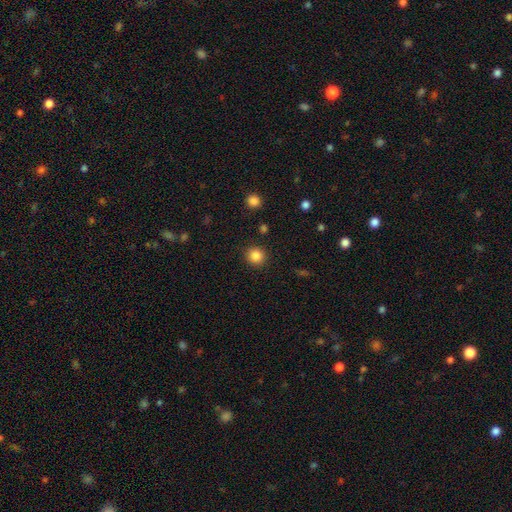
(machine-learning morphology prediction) This appears to be a smooth galaxy with no disk features (85%) that is round (93%). Merging: none (91%).